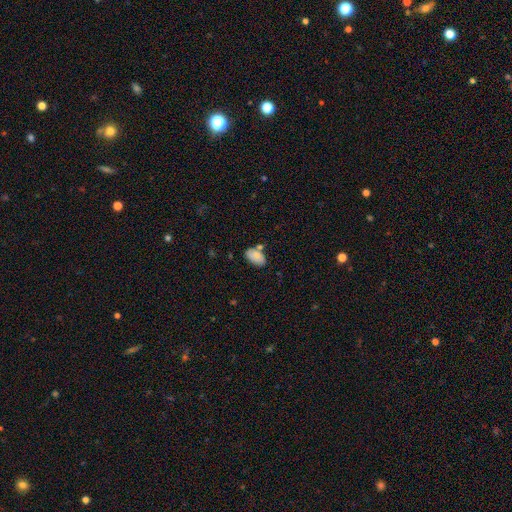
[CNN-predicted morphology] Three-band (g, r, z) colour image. It shows a smooth galaxy with no disk features (79%) that is in between round and cigar-shaped (93%). Merging: none (63%).